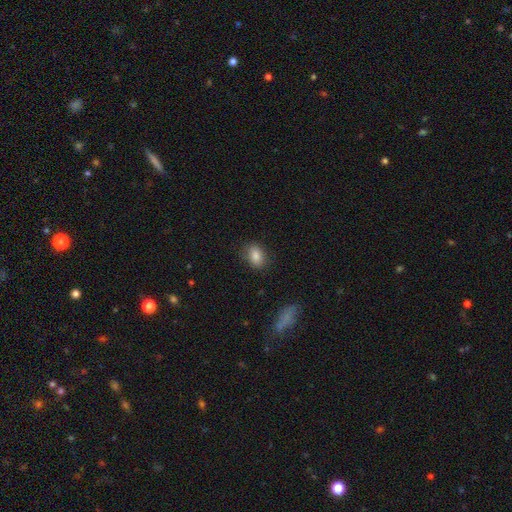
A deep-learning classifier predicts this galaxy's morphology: This is clearly a smooth galaxy (84%). How rounded: likely in between (75%). Merging: clearly none (81%).